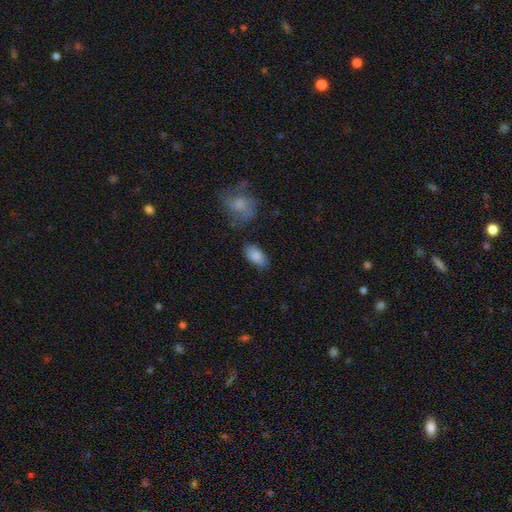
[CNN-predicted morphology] Smooth or featured?
  - smooth: 86% *
  - star or artifact: 7%
  - featured or disk: 7%
How rounded?
  - in between: 93% *
  - round: 4%
  - cigar-shaped: 3%
Merging?
  - none: 76% *
  - minor disturbance: 16%
  - major disturbance: 4%
  - merger: 4%